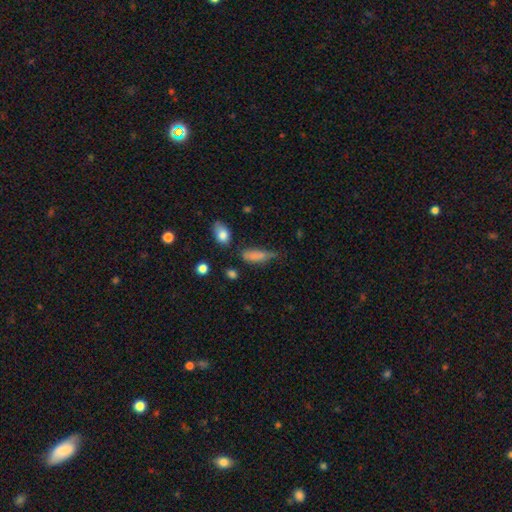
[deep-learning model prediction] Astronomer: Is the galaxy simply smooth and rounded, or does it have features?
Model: smooth — 79%.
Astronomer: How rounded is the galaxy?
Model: in between — 54% (runner-up: cigar-shaped, 43%).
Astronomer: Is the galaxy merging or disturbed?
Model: none — 45% (runner-up: minor disturbance, 37%).